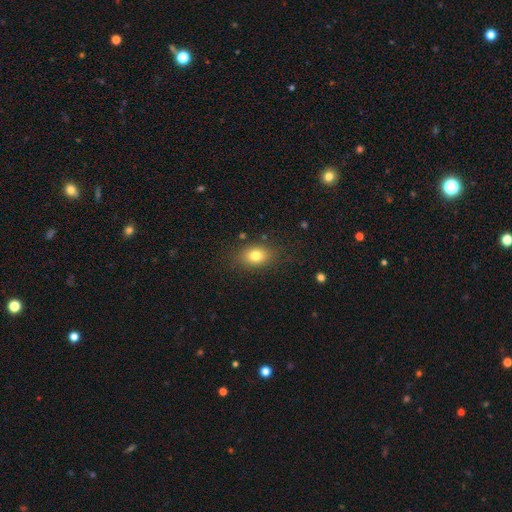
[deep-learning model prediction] Smooth or featured?
  - smooth: 79% *
  - star or artifact: 11%
  - featured or disk: 11%
How rounded?
  - in between: 72% *
  - round: 27%
  - cigar-shaped: 2%
Merging?
  - none: 82% *
  - minor disturbance: 12%
  - major disturbance: 4%
  - merger: 2%